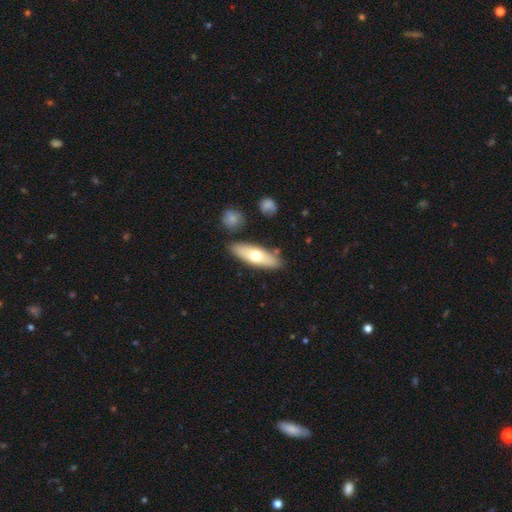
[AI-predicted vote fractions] smooth_or_featured: smooth (p=0.59) [alt: featured or disk p=0.35]
how_rounded: in between (p=0.55) [alt: cigar-shaped p=0.42]
merging: none (p=0.83) [alt: minor disturbance p=0.10]